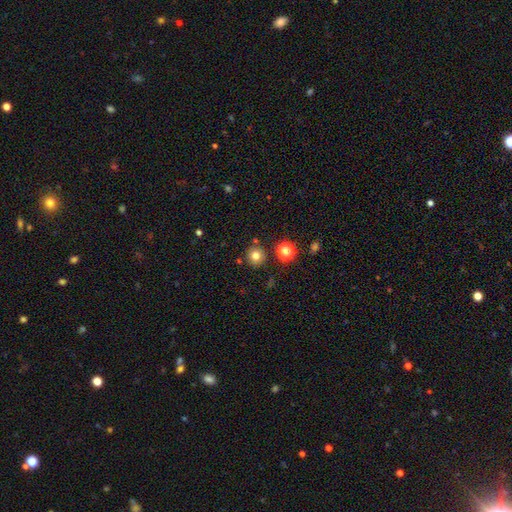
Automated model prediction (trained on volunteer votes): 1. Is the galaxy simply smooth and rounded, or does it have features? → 77% smooth, 15% star or artifact, 8% featured or disk.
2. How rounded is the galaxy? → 93% round, 6% in between, 1% cigar-shaped.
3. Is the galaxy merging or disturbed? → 86% none, 7% minor disturbance, 5% merger, 2% major disturbance.